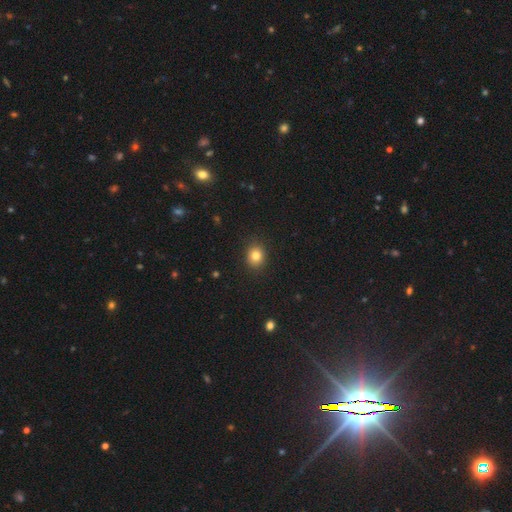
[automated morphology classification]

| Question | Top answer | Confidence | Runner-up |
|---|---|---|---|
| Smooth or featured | smooth | 82% | star or artifact (11%) |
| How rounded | round | 66% | in between (33%) |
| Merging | none | 89% | minor disturbance (8%) |